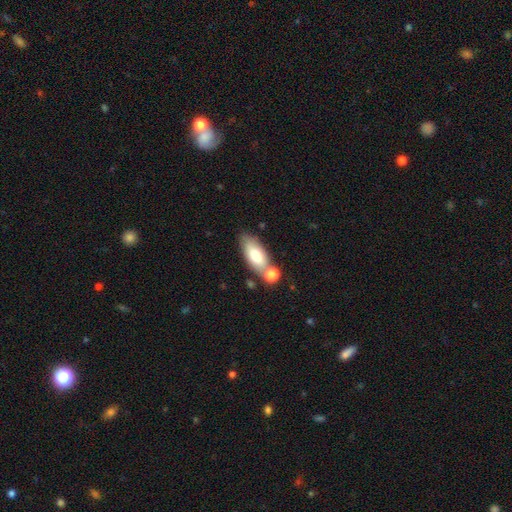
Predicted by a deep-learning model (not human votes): A smooth galaxy with no disk features (75%) that is in between round and cigar-shaped (83%). Merging: none (55%).